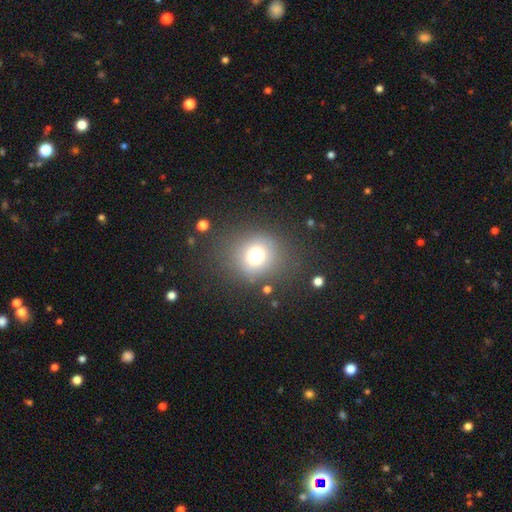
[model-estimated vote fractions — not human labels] A smooth galaxy with no disk features (73%) that is round (80%). Merging: none (79%).